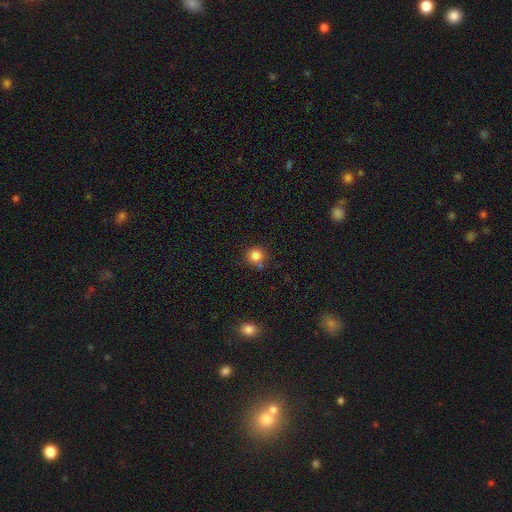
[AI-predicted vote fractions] A smooth galaxy with no disk features (84%) that is round (92%). Merging: none (75%).